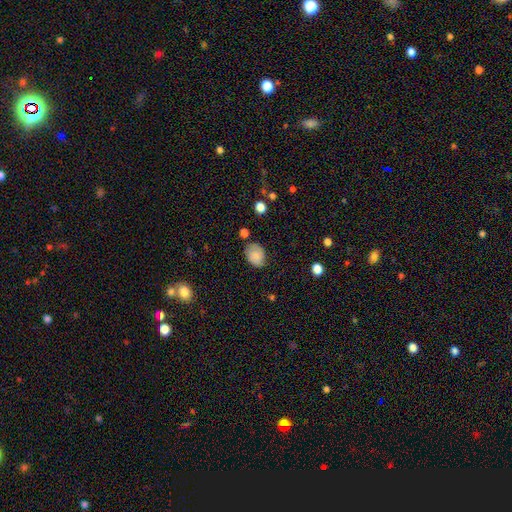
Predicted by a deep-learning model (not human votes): This appears to be a smooth galaxy with no disk features (74%) that is in between round and cigar-shaped (64%). Merging: none (74%).